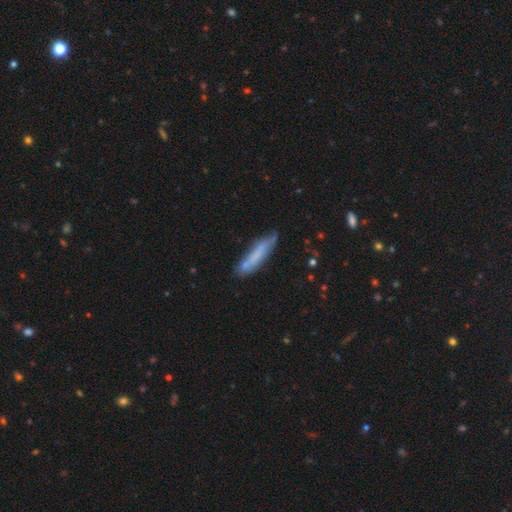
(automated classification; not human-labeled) smooth-or-featured: smooth: 64% | featured or disk: 28% | star or artifact: 8%
  how-rounded: cigar-shaped: 86% | in between: 12% | round: 1%
  merging: none: 67% | minor disturbance: 22% | merger: 6% | major disturbance: 5%